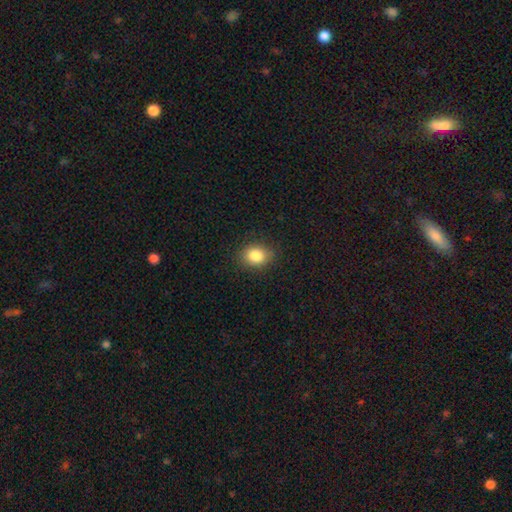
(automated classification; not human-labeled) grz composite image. It shows a smooth galaxy with no disk features (85%) that is in between round and cigar-shaped (54%). Merging: none (85%).